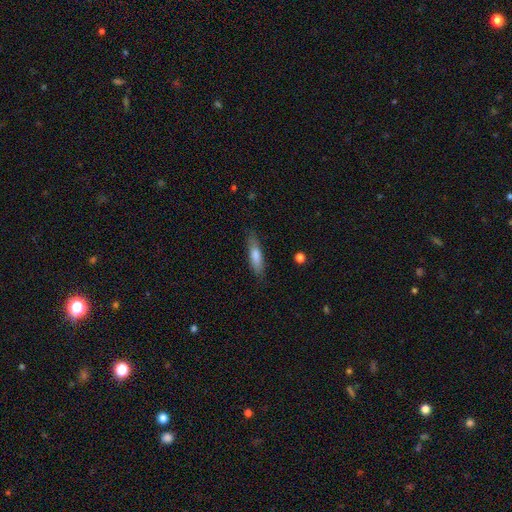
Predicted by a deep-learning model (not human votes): Overall: smooth (76%). How rounded: cigar-shaped (67%; in between 31%). Merging: none (80%).